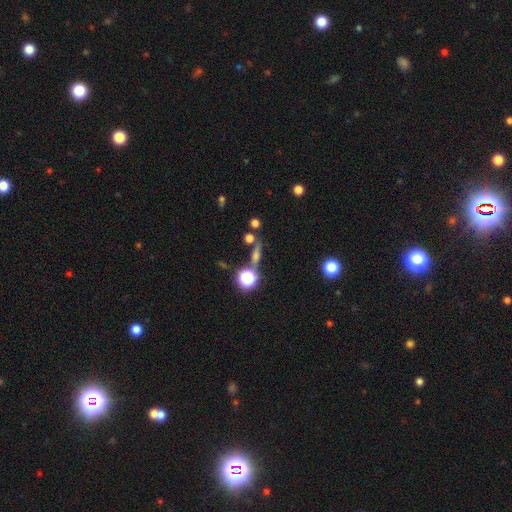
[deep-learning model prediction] A featured or disk galaxy (38%).

Vote fractions:
- Smooth or featured? featured or disk: 38% / smooth: 36% / star or artifact: 25%
- Merging? none: 73% / merger: 11% / minor disturbance: 11% / major disturbance: 5%